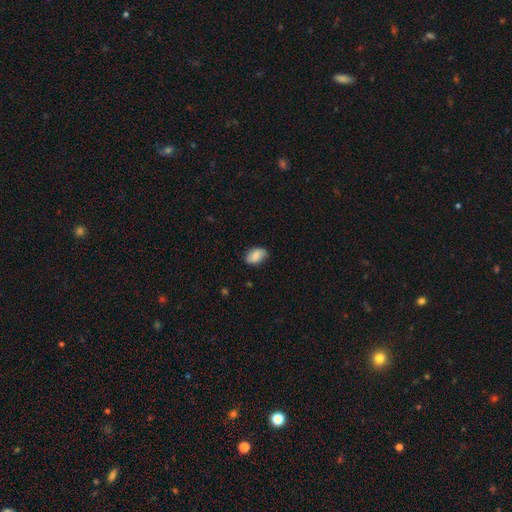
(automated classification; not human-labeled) smooth-or-featured: smooth: 79% | featured or disk: 13% | star or artifact: 7%
  how-rounded: in between: 91% | round: 8% | cigar-shaped: 2%
  merging: none: 80% | minor disturbance: 16% | major disturbance: 3% | merger: 1%